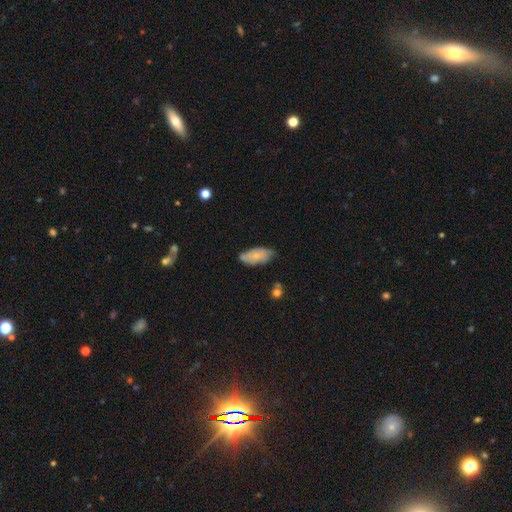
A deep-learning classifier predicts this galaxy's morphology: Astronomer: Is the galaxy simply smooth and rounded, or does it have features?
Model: smooth — 61%.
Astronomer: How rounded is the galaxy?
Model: in between — 90%.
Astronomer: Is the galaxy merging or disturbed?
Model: none — 55% (runner-up: minor disturbance, 35%).